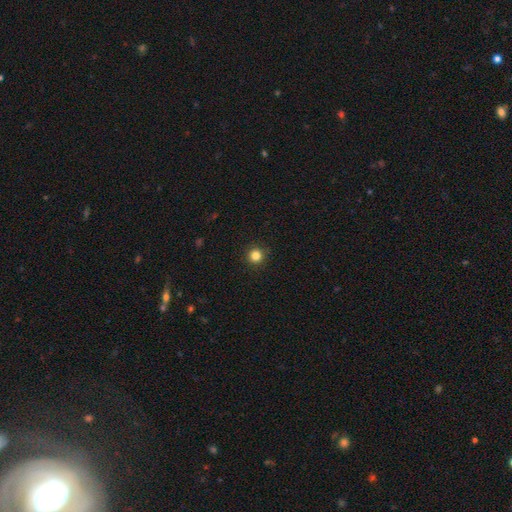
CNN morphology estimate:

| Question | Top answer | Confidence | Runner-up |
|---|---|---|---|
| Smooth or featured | smooth | 83% | star or artifact (13%) |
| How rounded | round | 96% | in between (4%) |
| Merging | none | 92% | minor disturbance (5%) |